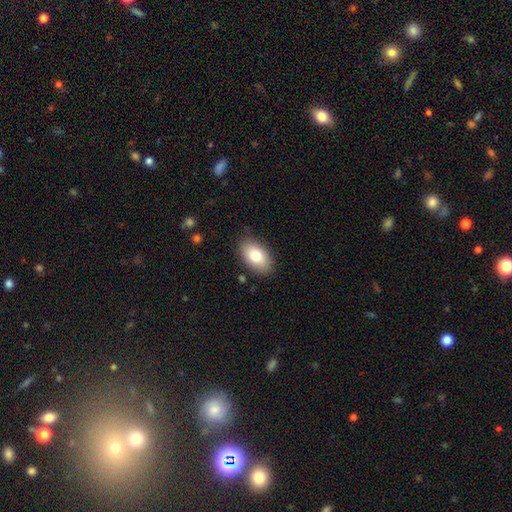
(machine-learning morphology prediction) smooth 78%, featured or disk 14%, star or artifact 7%. Down the decision tree: how rounded — in between (92%); merging — none (86%).